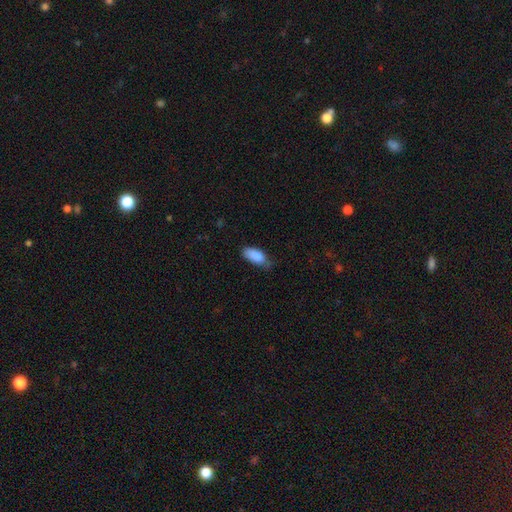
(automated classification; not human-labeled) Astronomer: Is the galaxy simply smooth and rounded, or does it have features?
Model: smooth — 87%.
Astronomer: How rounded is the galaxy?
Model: in between — 88%.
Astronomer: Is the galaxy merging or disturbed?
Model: none — 52% (runner-up: minor disturbance, 38%).